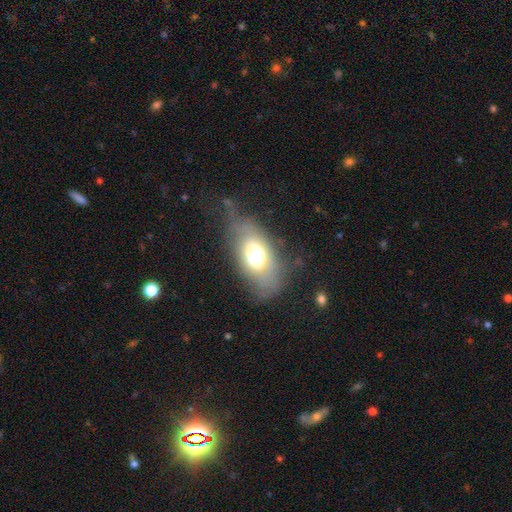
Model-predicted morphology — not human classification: This is possibly a smooth galaxy (59%). How rounded: clearly in between (86%). Merging: possibly none (51%).